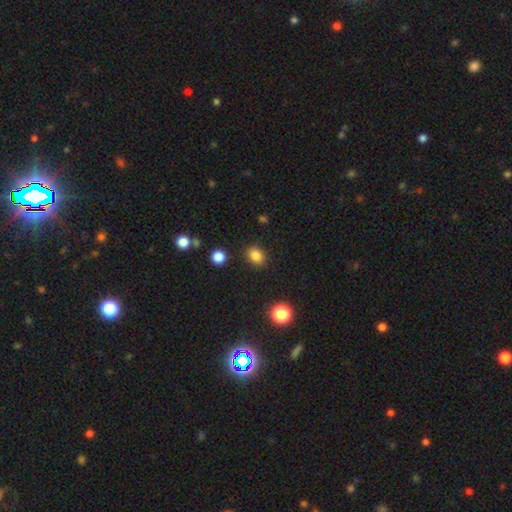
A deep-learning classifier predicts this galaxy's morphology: This appears to be a smooth galaxy with no disk features (84%) that is in between round and cigar-shaped (62%). Merging: none (87%).